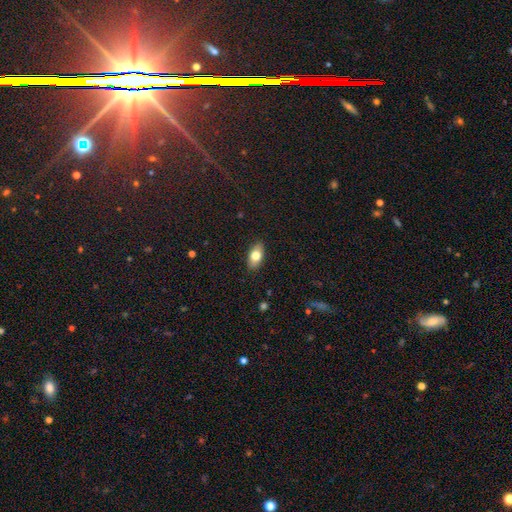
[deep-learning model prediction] Smooth or featured: smooth — 76% (featured or disk — 16%)
How rounded: in between — 90% (cigar-shaped — 5%)
Merging: none — 88% (minor disturbance — 9%)